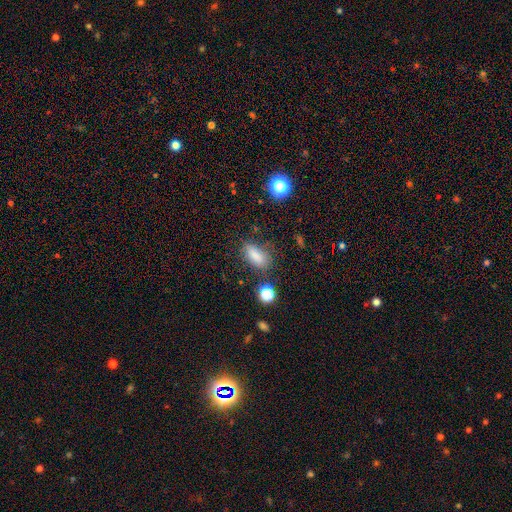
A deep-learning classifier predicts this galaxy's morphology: Q: Smooth or featured?
A: smooth (80%); runner-up: star or artifact (13%)
Q: How rounded?
A: in between (83%); runner-up: cigar-shaped (10%)
Q: Merging?
A: none (69%); runner-up: minor disturbance (19%)